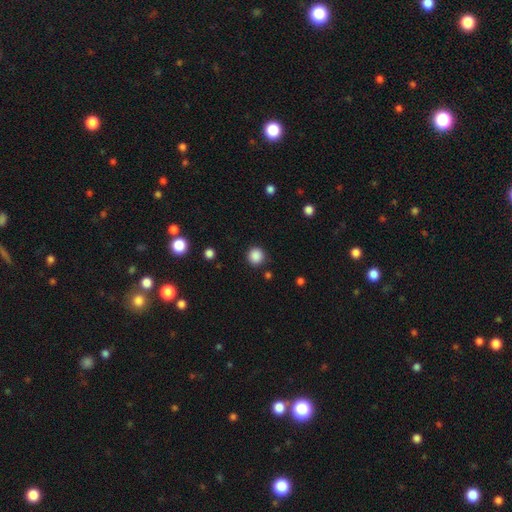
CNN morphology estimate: A smooth galaxy with no disk features (87%) that is round (92%).

Vote fractions:
- Smooth or featured? smooth: 87% / star or artifact: 11% / featured or disk: 3%
- How rounded? round: 92% / in between: 7% / cigar-shaped: 1%
- Merging? none: 88% / minor disturbance: 7% / major disturbance: 3% / merger: 2%